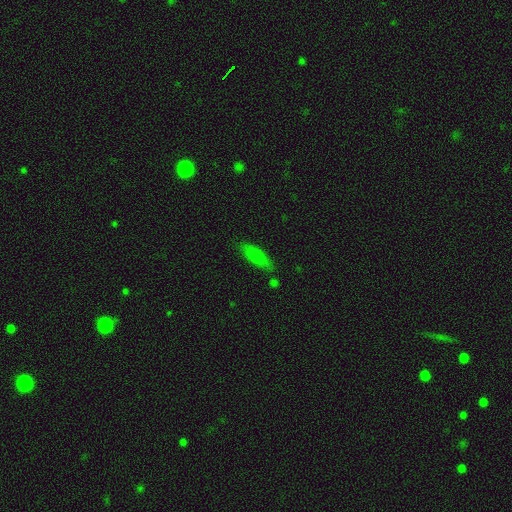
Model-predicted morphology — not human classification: A smooth galaxy with no disk features (78%) that is in between round and cigar-shaped (56%).

Vote fractions:
- Smooth or featured? smooth: 78% / featured or disk: 11% / star or artifact: 10%
- How rounded? in between: 56% / cigar-shaped: 42% / round: 2%
- Merging? none: 76% / minor disturbance: 16% / major disturbance: 4% / merger: 4%